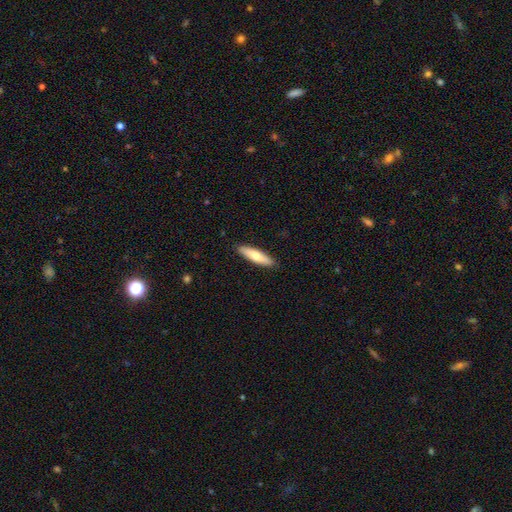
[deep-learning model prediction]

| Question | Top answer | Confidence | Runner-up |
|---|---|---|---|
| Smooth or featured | smooth | 69% | featured or disk (26%) |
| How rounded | cigar-shaped | 65% | in between (33%) |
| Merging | none | 90% | minor disturbance (8%) |